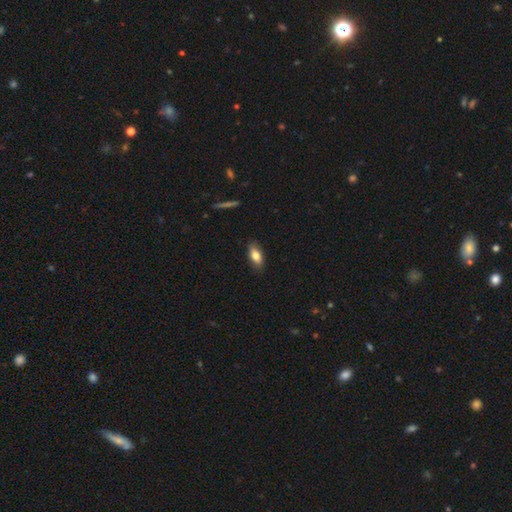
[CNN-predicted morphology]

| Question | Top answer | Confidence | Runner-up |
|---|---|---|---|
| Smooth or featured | smooth | 78% | featured or disk (15%) |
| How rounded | in between | 84% | cigar-shaped (12%) |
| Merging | none | 86% | minor disturbance (11%) |